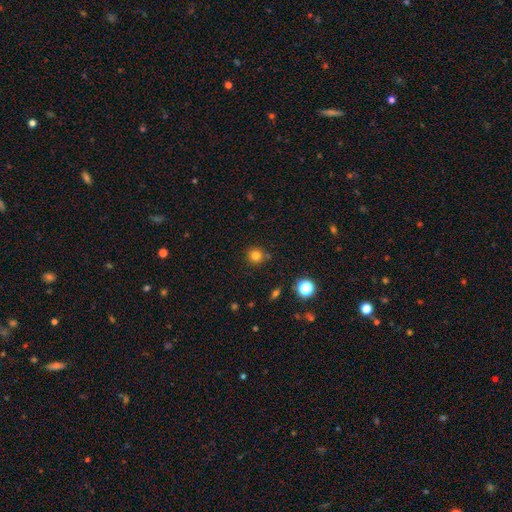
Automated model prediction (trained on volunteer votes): This is likely a smooth galaxy (80%). How rounded: clearly round (93%). Merging: clearly none (83%).